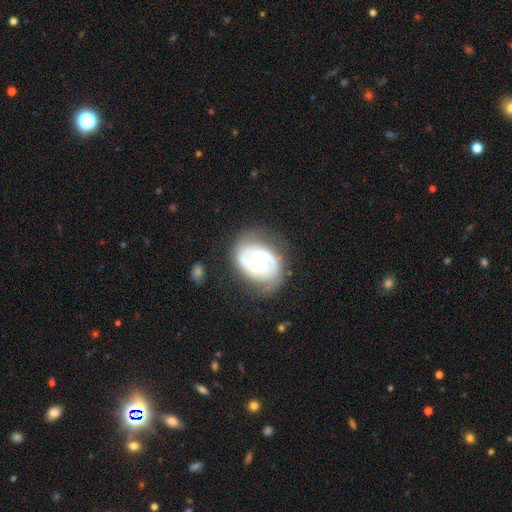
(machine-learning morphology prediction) Smooth or featured: featured or disk — 90% (smooth — 6%)
Edge-on disk: no — 98% (yes — 2%)
Bar: no — 51% (weak — 39%)
Spiral arms: yes — 98% (no — 2%)
Spiral winding: medium — 46% (tight — 45%)
Spiral arm count: 2 — 72% (3 — 16%)
Bulge size: moderate — 57% (small — 37%)
Merging: none — 72% (minor disturbance — 19%)